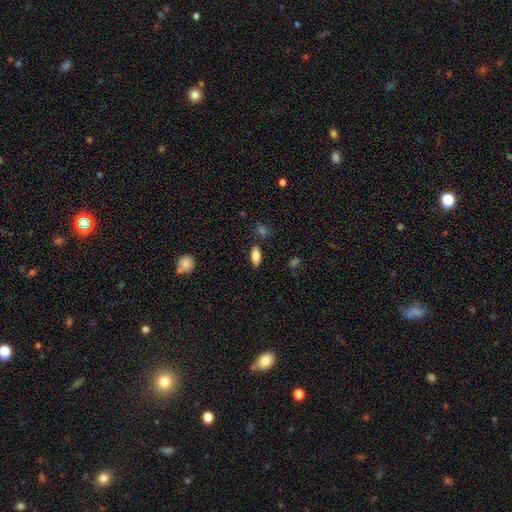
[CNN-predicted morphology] A smooth galaxy with no disk features (79%) that is in between round and cigar-shaped (84%). Merging: none (83%).